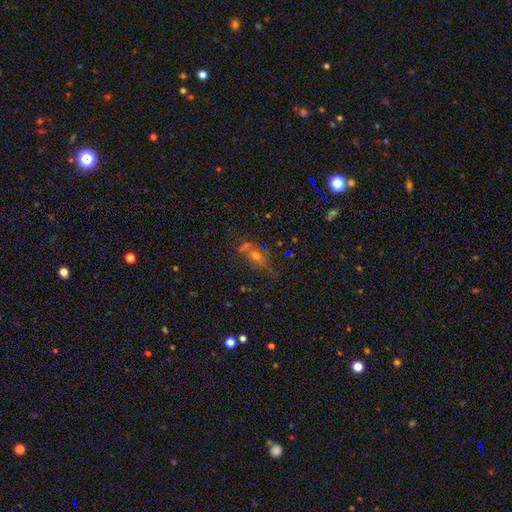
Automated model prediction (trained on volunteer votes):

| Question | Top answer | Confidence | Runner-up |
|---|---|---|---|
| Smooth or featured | star or artifact | 34% | tied: smooth (34%) |